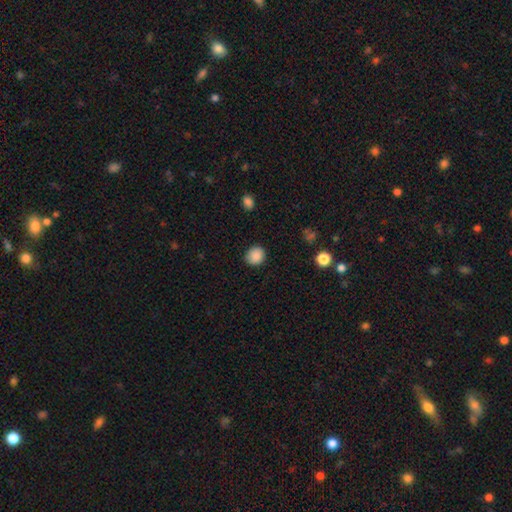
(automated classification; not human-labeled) Q: Smooth or featured?
A: smooth (87%); runner-up: star or artifact (9%)
Q: How rounded?
A: round (85%); runner-up: in between (14%)
Q: Merging?
A: none (87%); runner-up: minor disturbance (10%)